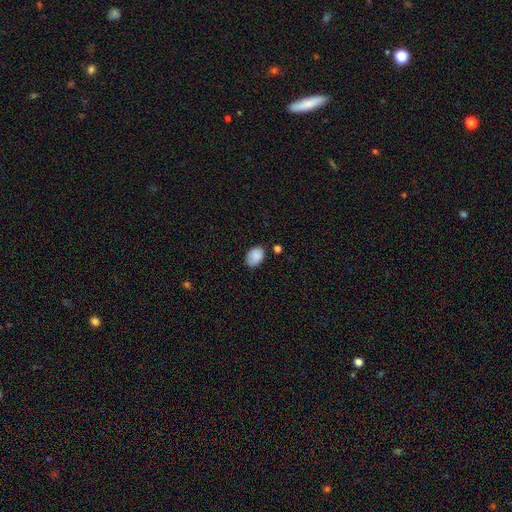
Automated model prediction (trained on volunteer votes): Smooth or featured? smooth (87%)
How rounded? in between (84%)
Merging? none (71%)